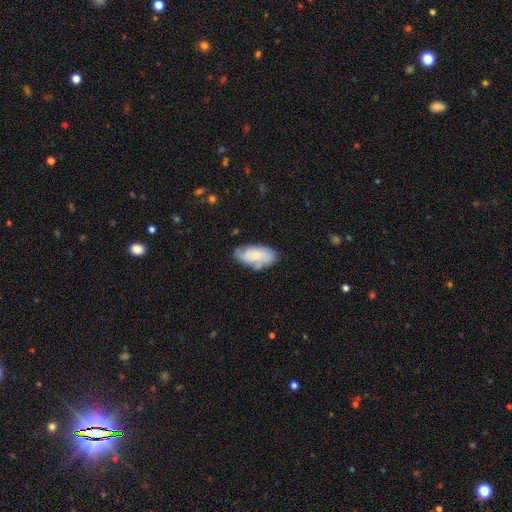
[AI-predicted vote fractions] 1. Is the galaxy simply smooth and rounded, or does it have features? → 60% smooth, 34% featured or disk, 7% star or artifact.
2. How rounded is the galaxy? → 92% in between, 5% cigar-shaped, 3% round.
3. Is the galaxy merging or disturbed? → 63% none, 25% minor disturbance, 7% major disturbance, 5% merger.